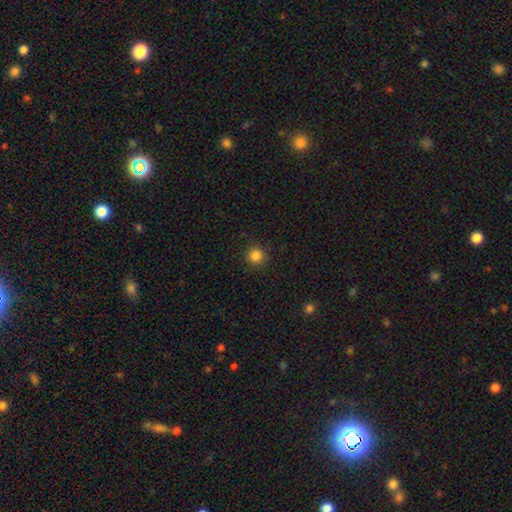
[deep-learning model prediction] smooth 84%, star or artifact 12%, featured or disk 4%. Down the decision tree: how rounded — round (95%); merging — none (91%).